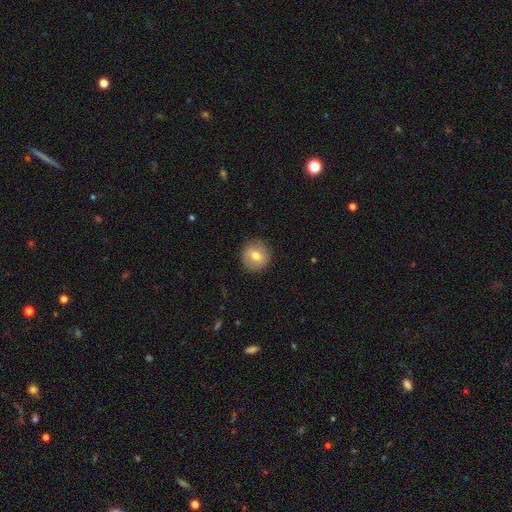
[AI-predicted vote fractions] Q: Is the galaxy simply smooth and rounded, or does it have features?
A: smooth — 71%.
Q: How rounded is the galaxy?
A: round — 93%.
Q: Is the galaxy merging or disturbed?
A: none — 89%.